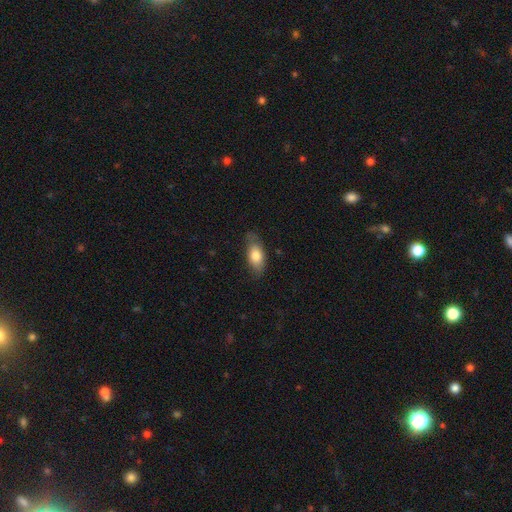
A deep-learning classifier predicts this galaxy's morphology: Smooth or featured: smooth — 76% (featured or disk — 17%)
How rounded: in between — 85% (cigar-shaped — 11%)
Merging: none — 71% (minor disturbance — 22%)